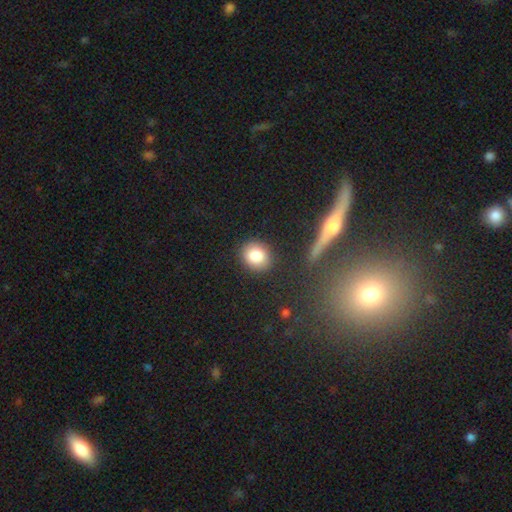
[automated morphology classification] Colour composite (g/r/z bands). It shows a smooth galaxy with no disk features (84%) that is round (74%). Merging: none (87%).